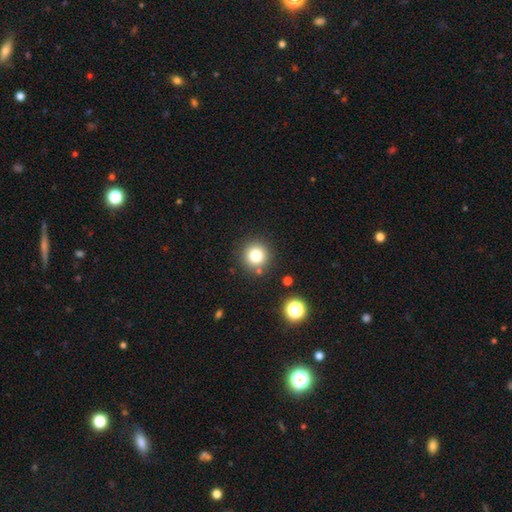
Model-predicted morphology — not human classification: smooth 80%, star or artifact 13%, featured or disk 7%. Down the decision tree: how rounded — round (95%); merging — none (86%).